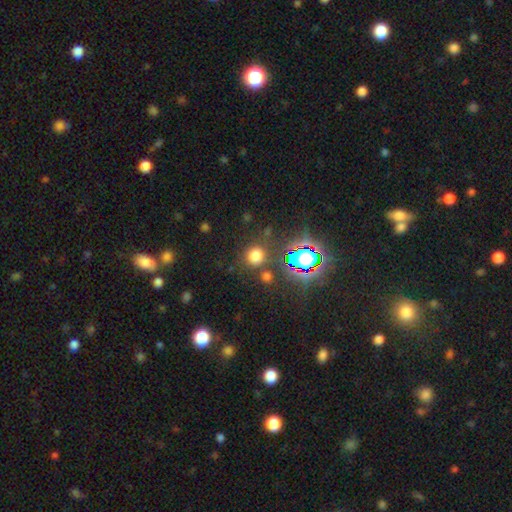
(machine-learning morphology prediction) Smooth or featured?
  - smooth: 68% *
  - star or artifact: 25%
  - featured or disk: 6%
How rounded?
  - round: 89% *
  - in between: 10%
  - cigar-shaped: 1%
Merging?
  - none: 81% *
  - minor disturbance: 9%
  - merger: 6%
  - major disturbance: 4%